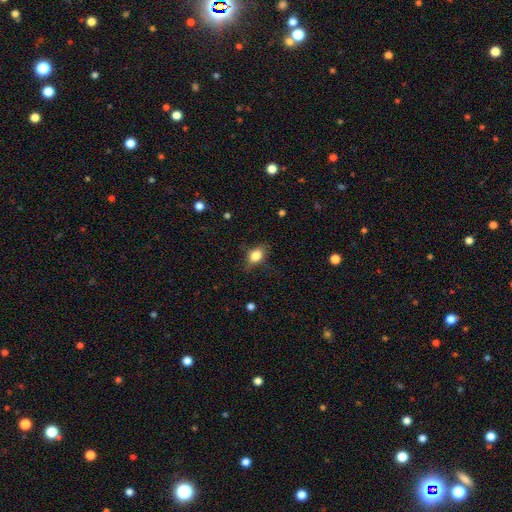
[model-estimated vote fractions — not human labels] Smooth or featured? Predicted: smooth (p=0.81). How rounded? Predicted: in between (p=0.72). Merging? Predicted: none (p=0.72).